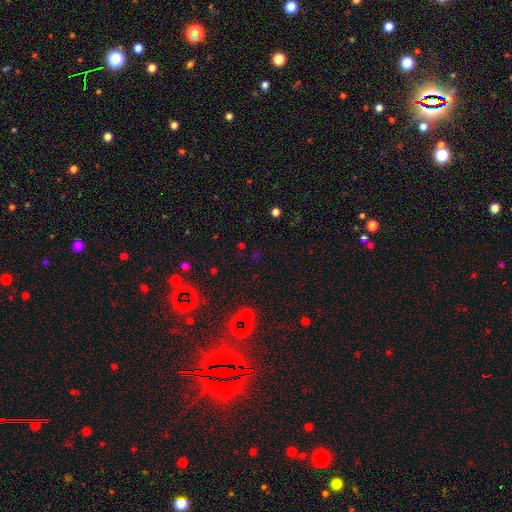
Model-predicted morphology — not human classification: Smooth or featured? Predicted: star or artifact (p=0.60).